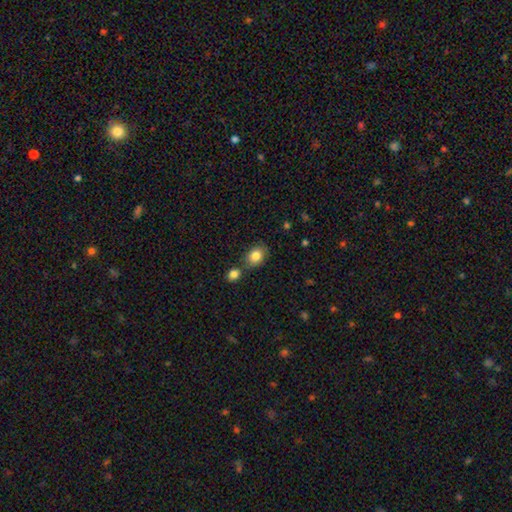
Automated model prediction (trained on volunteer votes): Smooth or featured: smooth — 84% (star or artifact — 8%)
How rounded: in between — 63% (round — 36%)
Merging: none — 66% (merger — 16%)